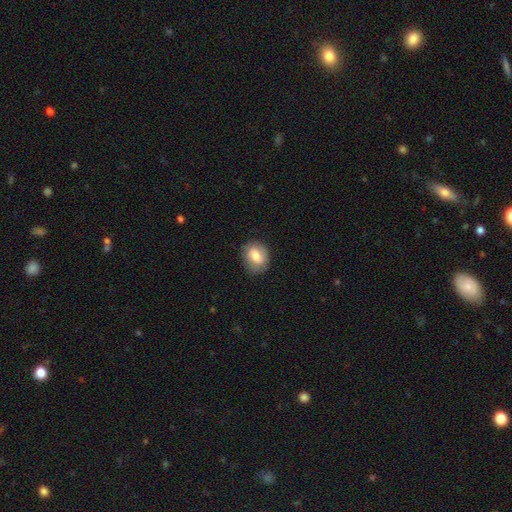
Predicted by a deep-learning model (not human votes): Q: Smooth or featured?
A: smooth (71%); runner-up: featured or disk (21%)
Q: How rounded?
A: in between (52%); runner-up: round (47%)
Q: Merging?
A: none (76%); runner-up: minor disturbance (18%)